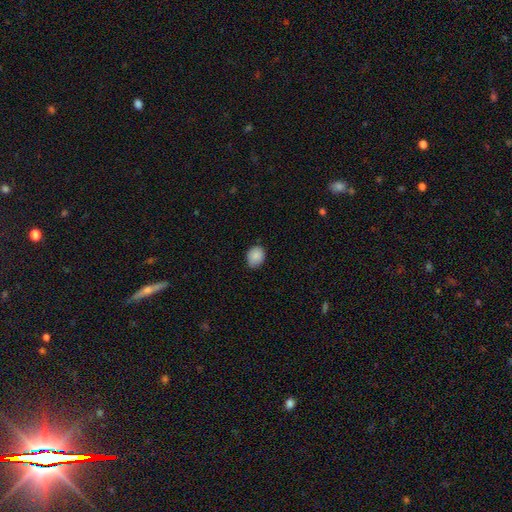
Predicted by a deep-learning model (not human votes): smooth_or_featured: smooth (p=0.88) [alt: star or artifact p=0.08]
how_rounded: round (p=0.52) [alt: in between p=0.47]
merging: none (p=0.77) [alt: minor disturbance p=0.19]